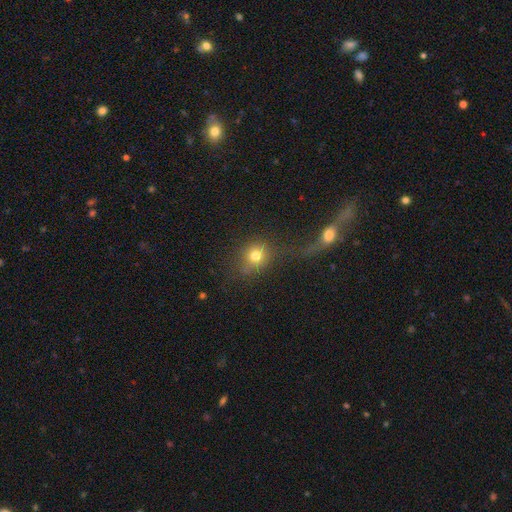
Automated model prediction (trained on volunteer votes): A smooth galaxy with no disk features (73%) that is round (74%).

Vote fractions:
- Smooth or featured? smooth: 73% / star or artifact: 15% / featured or disk: 12%
- How rounded? round: 74% / in between: 24% / cigar-shaped: 2%
- Merging? none: 50% / major disturbance: 19% / merger: 17% / minor disturbance: 14%